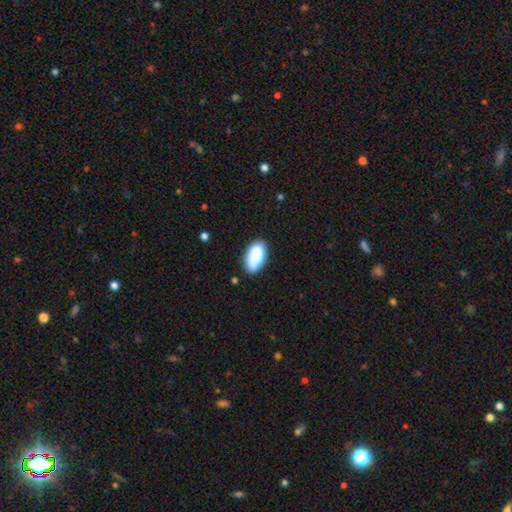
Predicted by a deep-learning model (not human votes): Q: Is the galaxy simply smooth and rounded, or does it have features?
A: smooth — 85%.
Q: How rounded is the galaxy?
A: in between — 94%.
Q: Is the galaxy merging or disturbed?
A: none — 79%.